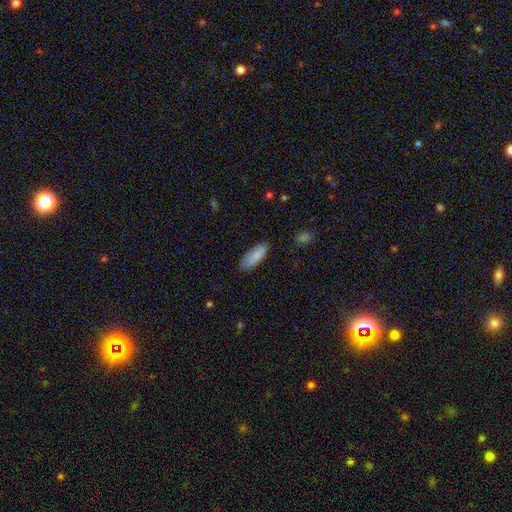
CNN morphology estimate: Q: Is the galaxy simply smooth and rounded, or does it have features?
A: smooth — 86%.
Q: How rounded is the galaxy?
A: in between — 68%.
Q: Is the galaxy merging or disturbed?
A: none — 81%.